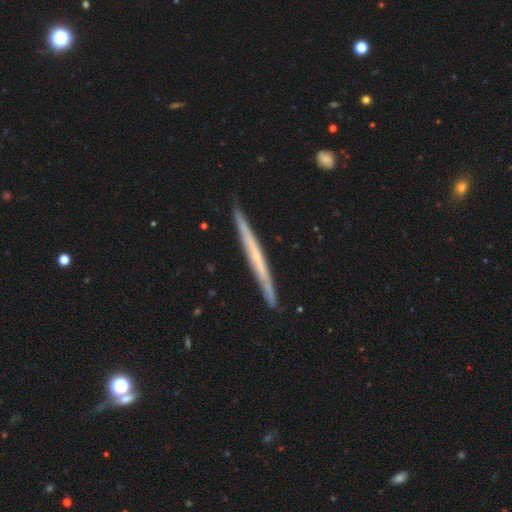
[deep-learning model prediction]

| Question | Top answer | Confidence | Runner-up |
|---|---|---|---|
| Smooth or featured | featured or disk | 59% | smooth (35%) |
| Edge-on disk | yes | 96% | no (4%) |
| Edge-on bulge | none | 83% | rounded (13%) |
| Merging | none | 90% | minor disturbance (8%) |